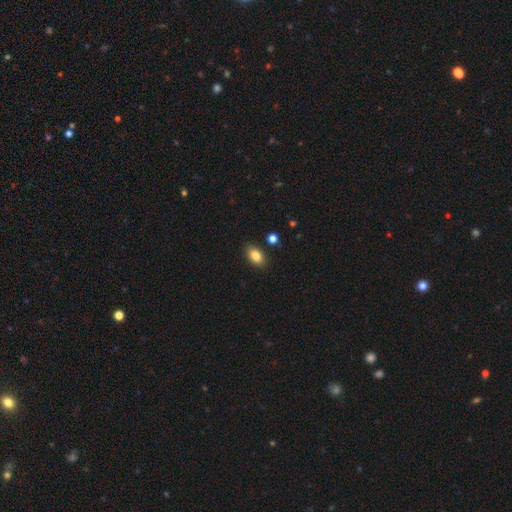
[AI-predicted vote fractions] This appears to be a smooth galaxy with no disk features (84%) that is in between round and cigar-shaped (89%). Merging: none (86%).